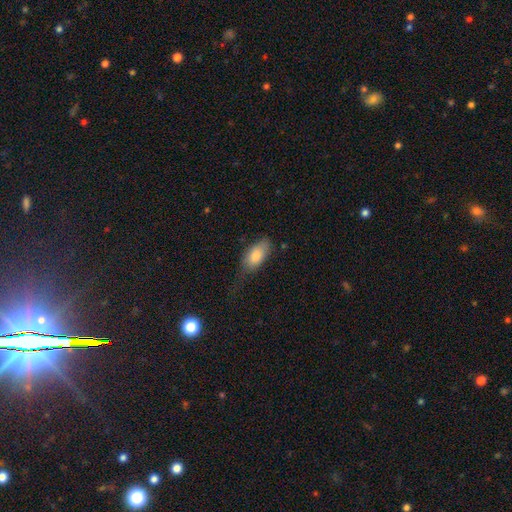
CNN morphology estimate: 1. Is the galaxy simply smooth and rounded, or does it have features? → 80% smooth, 13% featured or disk, 7% star or artifact.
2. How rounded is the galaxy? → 90% in between, 7% cigar-shaped, 3% round.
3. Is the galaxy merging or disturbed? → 47% none, 33% minor disturbance, 17% major disturbance, 2% merger.